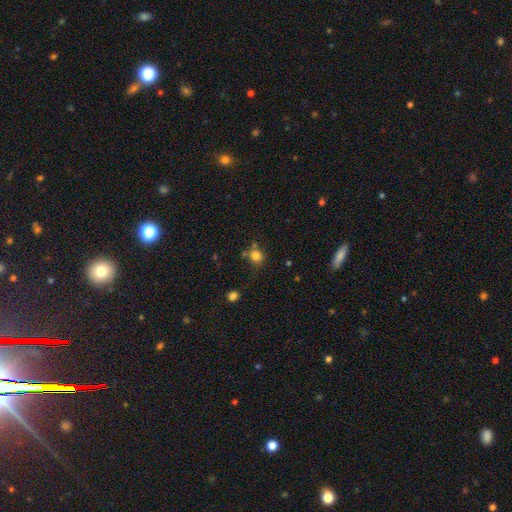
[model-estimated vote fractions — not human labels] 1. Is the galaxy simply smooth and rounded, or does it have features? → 80% smooth, 14% star or artifact, 7% featured or disk.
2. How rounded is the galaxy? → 86% round, 13% in between, 1% cigar-shaped.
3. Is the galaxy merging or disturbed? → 67% none, 15% minor disturbance, 13% merger, 5% major disturbance.